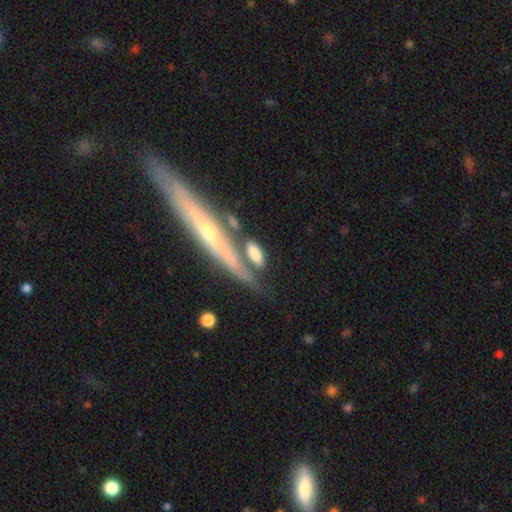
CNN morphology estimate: Smooth or featured? Predicted: smooth (p=0.72). How rounded? Predicted: in between (p=0.63). Merging? Predicted: none (p=0.56).